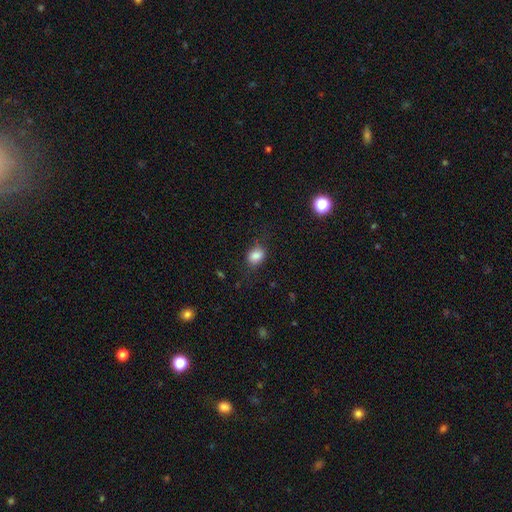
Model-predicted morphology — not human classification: The model was most divided on "how rounded": in between: 66%, round: 32%, cigar-shaped: 1%. More confident: smooth or featured — smooth (82%); merging — none (68%).